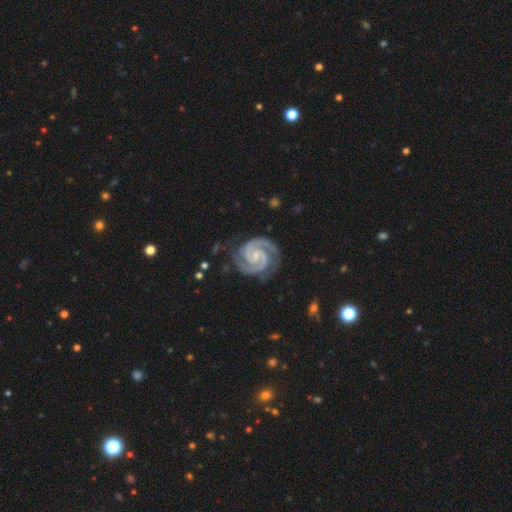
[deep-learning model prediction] A featured or disk galaxy (94%) with no bar (42%, tied with weak), 2 (91%) tight (65%) spiral arms (99%) and a small central bulge (65%).

Vote fractions:
- Smooth or featured? featured or disk: 94% / star or artifact: 3% / smooth: 3%
- Edge-on disk? no: 99% / yes: 1%
- Bar? no: 42% (tied) / weak: 42% (tied) / strong: 16%
- Spiral arms? yes: 99% / no: 1%
- Spiral winding? tight: 65% / medium: 32% / loose: 3%
- Spiral arm count? 2: 91% / 3: 4% / can't tell: 1% / 1: 1% / 4: 1% / more than 4: 1%
- Bulge size? small: 65% / moderate: 21% / none: 12% / large: 1% / dominant: 1%
- Merging? none: 79% / minor disturbance: 15% / major disturbance: 4% / merger: 1%